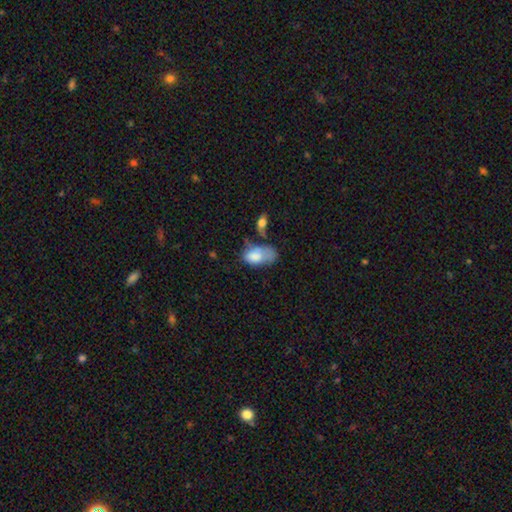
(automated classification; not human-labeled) smooth-or-featured: smooth: 74% | featured or disk: 18% | star or artifact: 8%
  how-rounded: in between: 91% | round: 7% | cigar-shaped: 2%
  merging: major disturbance: 31% | minor disturbance: 25% | none: 22% | merger: 22%